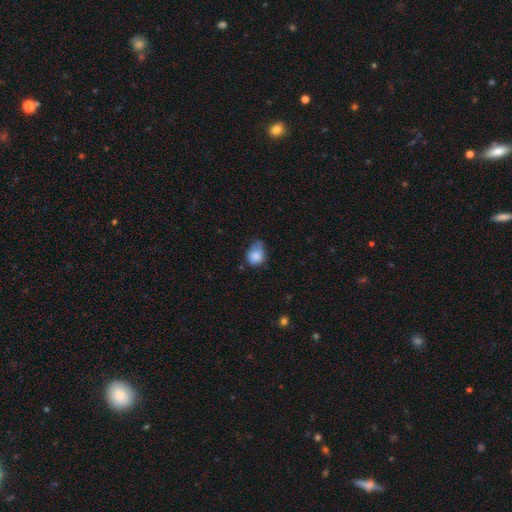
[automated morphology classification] Smooth or featured?
  - smooth: 83% *
  - star or artifact: 9%
  - featured or disk: 8%
How rounded?
  - round: 55% *
  - in between: 44%
  - cigar-shaped: 1%
Merging?
  - minor disturbance: 47% *
  - none: 34%
  - major disturbance: 15%
  - merger: 4%